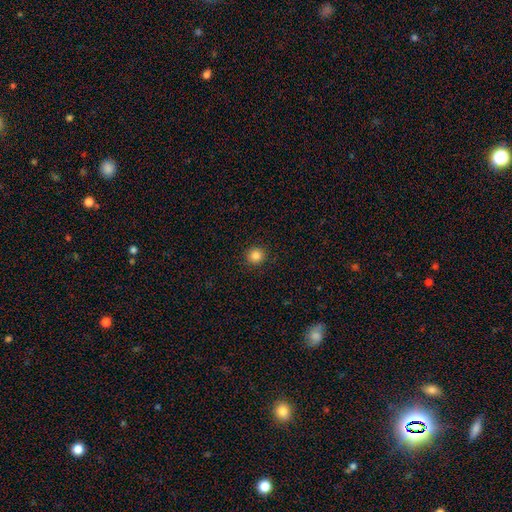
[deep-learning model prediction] This is clearly a smooth galaxy (85%). How rounded: clearly round (93%). Merging: clearly none (92%).